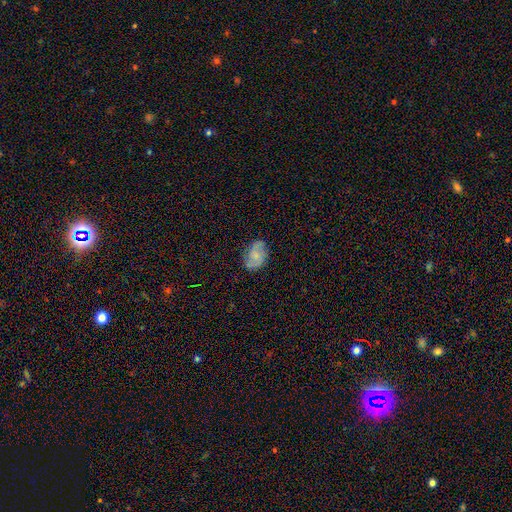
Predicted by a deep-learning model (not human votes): smooth-or-featured: featured or disk: 50% | smooth: 42% | star or artifact: 8%
  disk-edge-on: no: 97% | yes: 3%
  merging: none: 75% | minor disturbance: 18% | major disturbance: 5% | merger: 1%